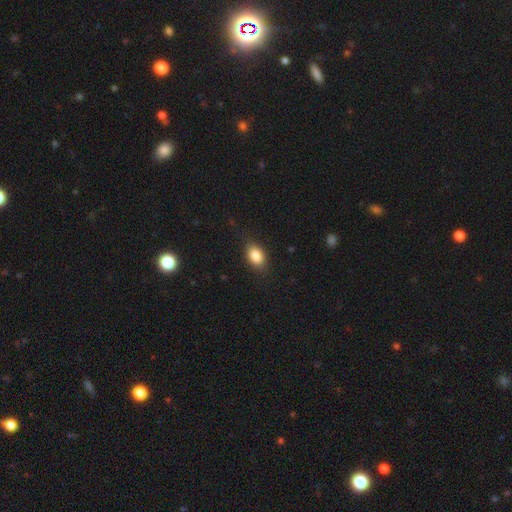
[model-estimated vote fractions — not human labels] smooth_or_featured: smooth (p=0.85) [alt: star or artifact p=0.08]
how_rounded: in between (p=0.83) [alt: round p=0.14]
merging: none (p=0.82) [alt: minor disturbance p=0.14]